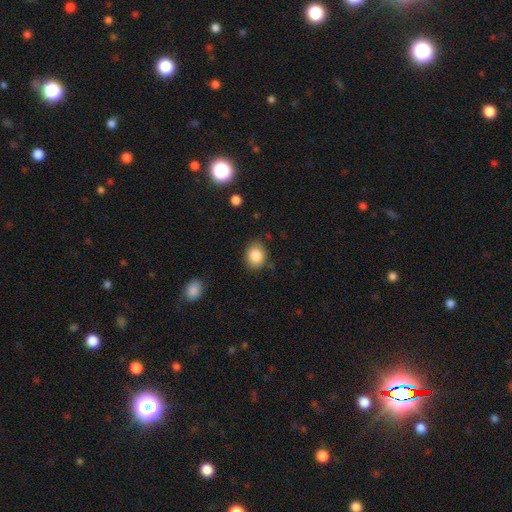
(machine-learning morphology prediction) type=smooth (85%); roundness=in between (52%); merging=none (80%).